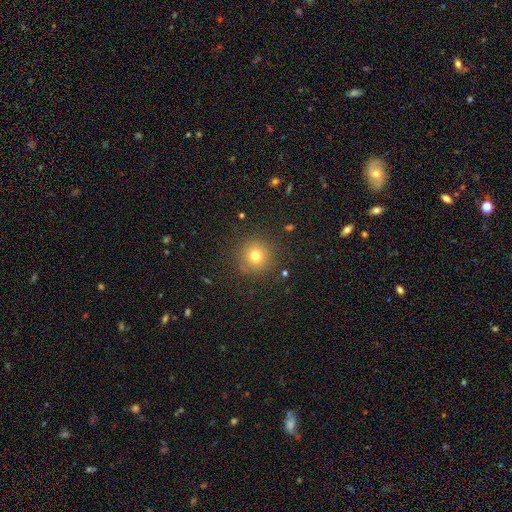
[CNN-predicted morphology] A smooth galaxy with no disk features (74%) that is round (95%). Merging: none (87%).